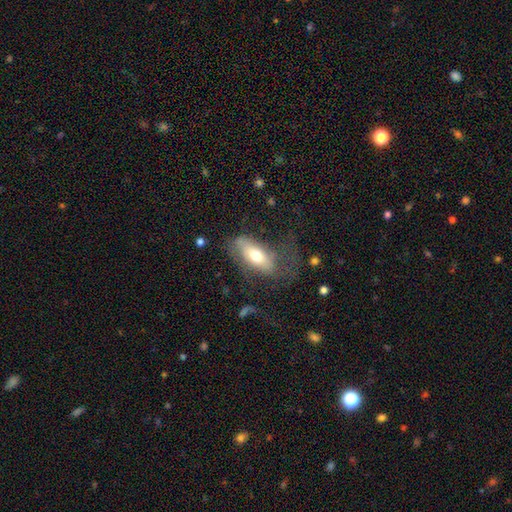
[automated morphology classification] Smooth or featured? Predicted: smooth (p=0.59). How rounded? Predicted: in between (p=0.80). Merging? Predicted: none (p=0.38).